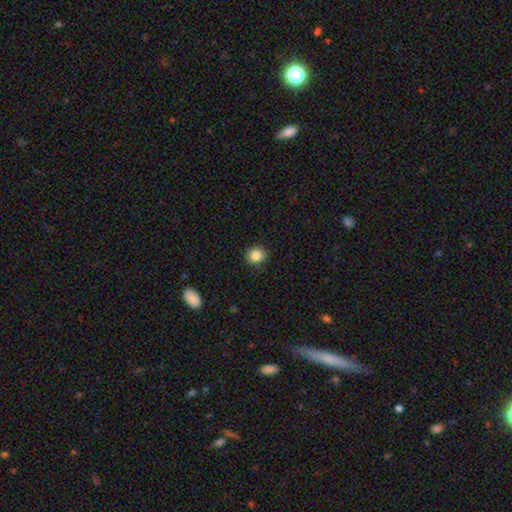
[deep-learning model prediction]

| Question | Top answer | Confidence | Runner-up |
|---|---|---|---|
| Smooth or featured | smooth | 85% | star or artifact (10%) |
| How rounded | round | 87% | in between (12%) |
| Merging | none | 90% | minor disturbance (7%) |